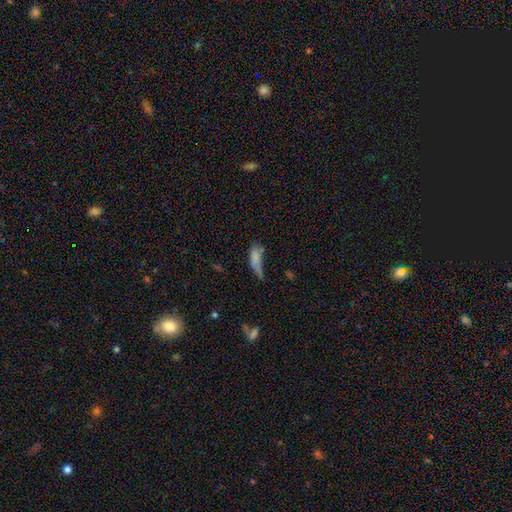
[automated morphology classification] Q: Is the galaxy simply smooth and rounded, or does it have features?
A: smooth — 66%.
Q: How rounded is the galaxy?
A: in between — 61%.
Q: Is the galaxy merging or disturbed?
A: major disturbance — 32%.